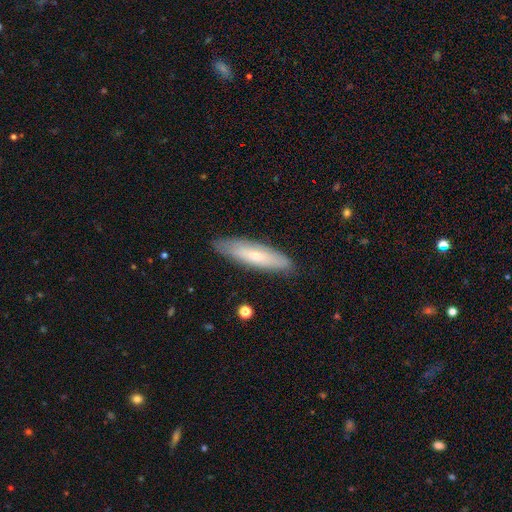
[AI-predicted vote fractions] Smooth or featured? Predicted: smooth (p=0.54). How rounded? Predicted: cigar-shaped (p=0.70). Merging? Predicted: none (p=0.84).